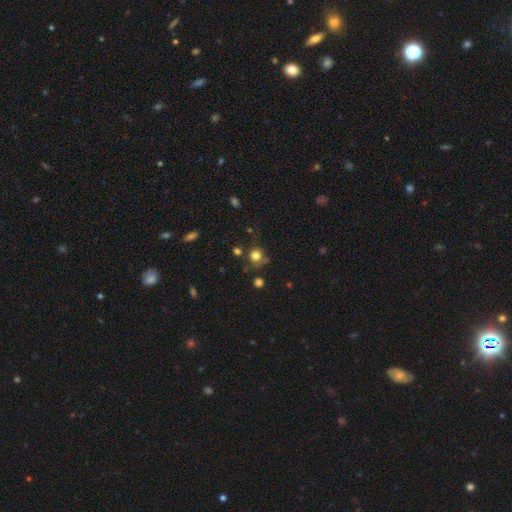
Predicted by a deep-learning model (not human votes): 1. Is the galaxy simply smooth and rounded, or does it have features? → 78% smooth, 15% star or artifact, 8% featured or disk.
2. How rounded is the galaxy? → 84% round, 15% in between, 1% cigar-shaped.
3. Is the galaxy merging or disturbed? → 68% none, 16% minor disturbance, 9% merger, 6% major disturbance.